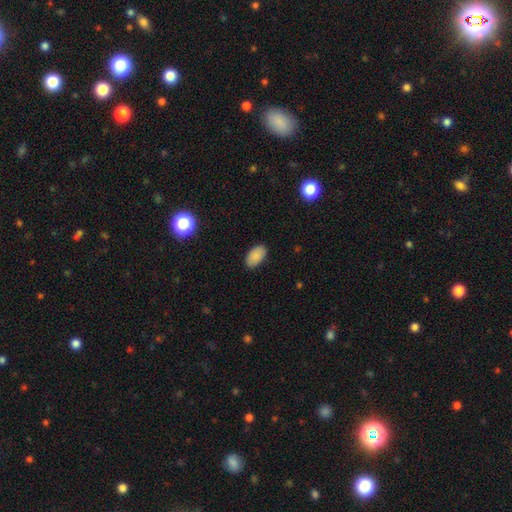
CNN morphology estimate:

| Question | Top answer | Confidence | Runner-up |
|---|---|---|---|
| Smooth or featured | smooth | 87% | star or artifact (8%) |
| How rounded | in between | 94% | round (4%) |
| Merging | none | 87% | minor disturbance (10%) |